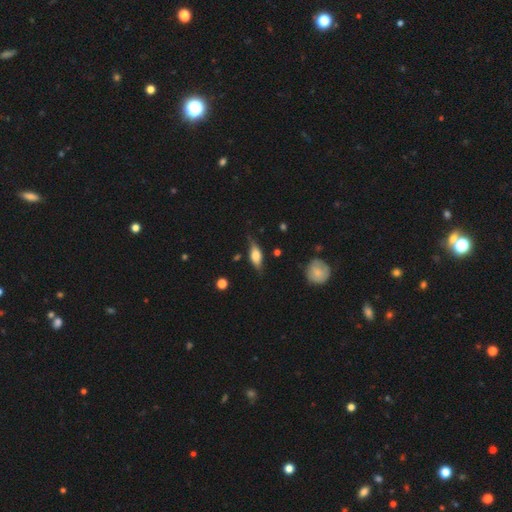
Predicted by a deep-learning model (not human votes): Morphology: type=smooth (49%); merging=none (67%).